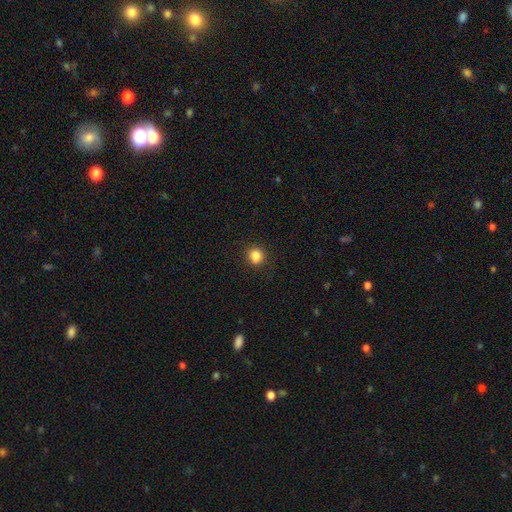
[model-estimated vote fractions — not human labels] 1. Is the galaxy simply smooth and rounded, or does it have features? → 85% smooth, 11% star or artifact, 4% featured or disk.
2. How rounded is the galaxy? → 74% round, 25% in between, 1% cigar-shaped.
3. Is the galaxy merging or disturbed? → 85% none, 11% minor disturbance, 3% major disturbance, 1% merger.